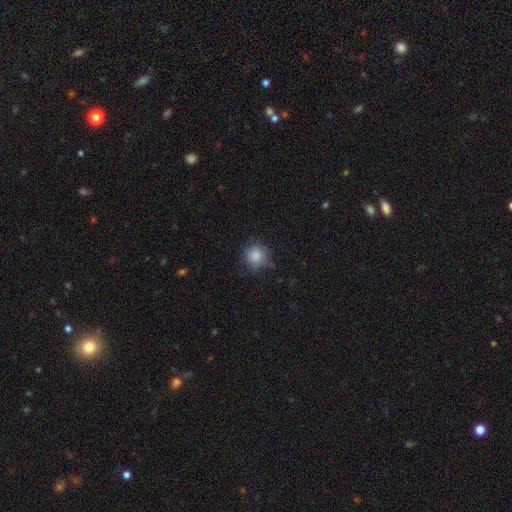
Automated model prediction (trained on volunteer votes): Overall: smooth (83%). How rounded: round (89%). Merging: none (70%).